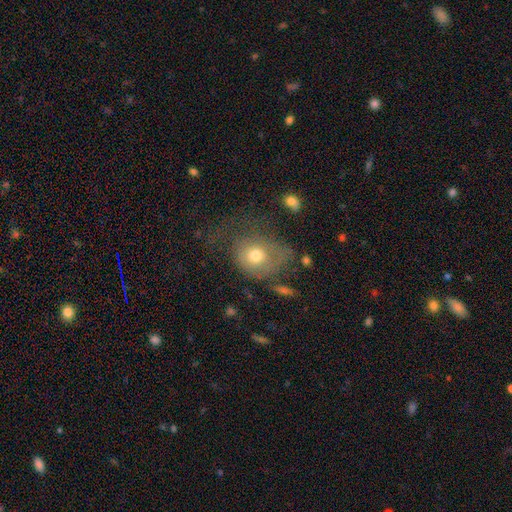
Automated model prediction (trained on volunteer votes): Overall: smooth (66%). How rounded: round (69%; in between 30%). Merging: major disturbance (44%; none 29%).